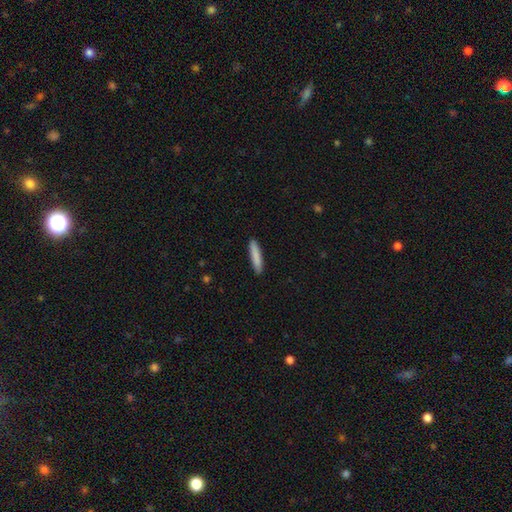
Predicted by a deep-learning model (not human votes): Smooth or featured?
  - smooth: 86% *
  - featured or disk: 8%
  - star or artifact: 6%
How rounded?
  - cigar-shaped: 89% *
  - in between: 10%
  - round: 1%
Merging?
  - none: 90% *
  - minor disturbance: 7%
  - major disturbance: 1%
  - merger: 1%